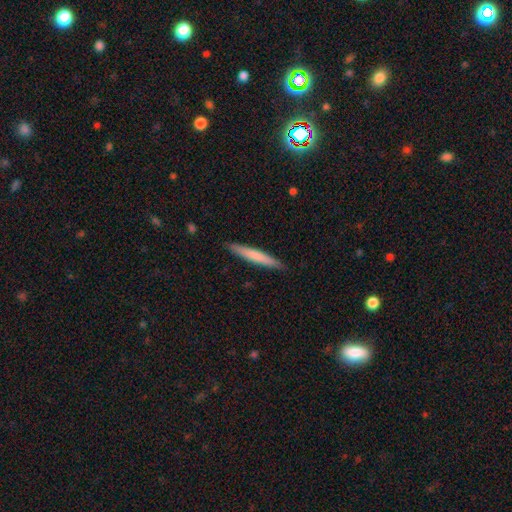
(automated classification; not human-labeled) Q: Smooth or featured?
A: smooth (69%); runner-up: featured or disk (26%)
Q: How rounded?
A: cigar-shaped (96%); runner-up: in between (3%)
Q: Merging?
A: none (91%); runner-up: minor disturbance (7%)